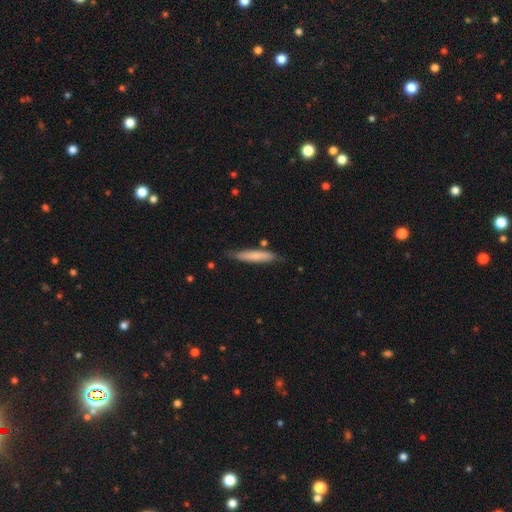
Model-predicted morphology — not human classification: type=smooth (73%); roundness=cigar-shaped (89%); merging=none (79%).